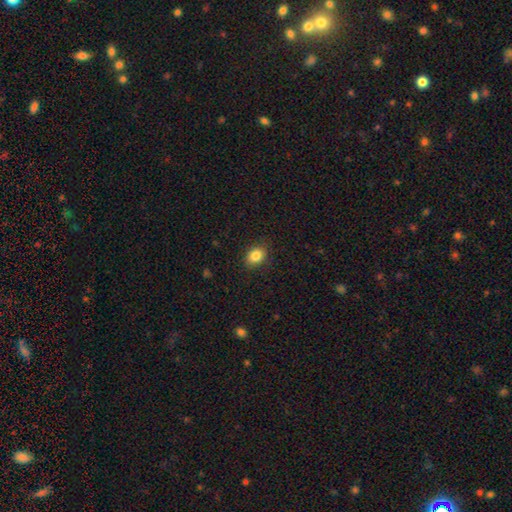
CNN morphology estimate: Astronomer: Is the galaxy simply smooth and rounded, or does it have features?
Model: smooth — 84%.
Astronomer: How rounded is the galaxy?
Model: in between — 58% (runner-up: round, 42%).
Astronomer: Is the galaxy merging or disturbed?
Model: none — 87%.